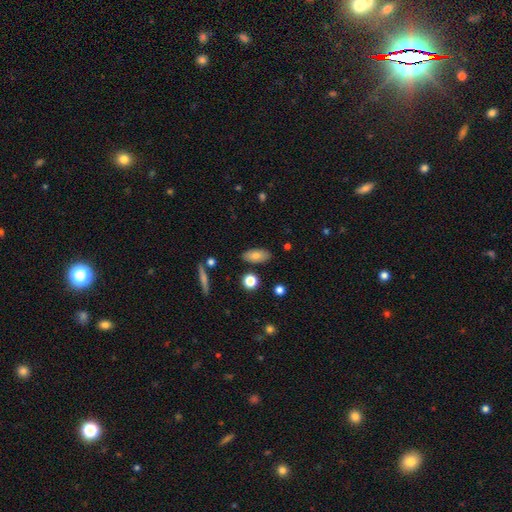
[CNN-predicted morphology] This appears to be a smooth galaxy with no disk features (76%) that is in between round and cigar-shaped (86%). Merging: none (85%).